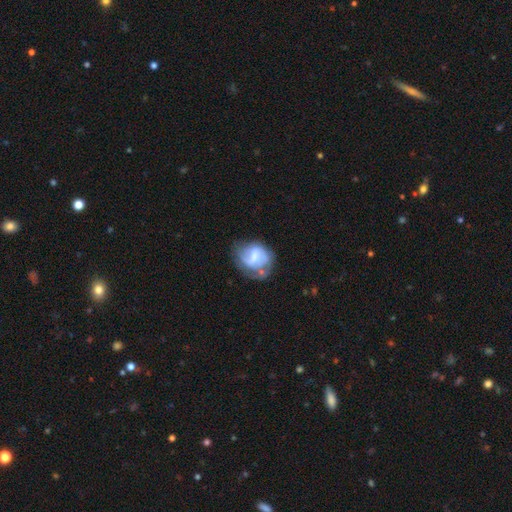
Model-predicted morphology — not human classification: A featured or disk galaxy (57%) with a weak bar (50%), spiral arms (64%) and a small central bulge (36%).

Vote fractions:
- Smooth or featured? featured or disk: 57% / smooth: 35% / star or artifact: 8%
- Edge-on disk? no: 97% / yes: 3%
- Bar? weak: 50% / strong: 27% / no: 23%
- Spiral arms? yes: 64% / no: 36%
- Bulge size? small: 36% / moderate: 34% / none: 22% / large: 7% / dominant: 1%
- Merging? none: 43% / minor disturbance: 30% / major disturbance: 21% / merger: 6%